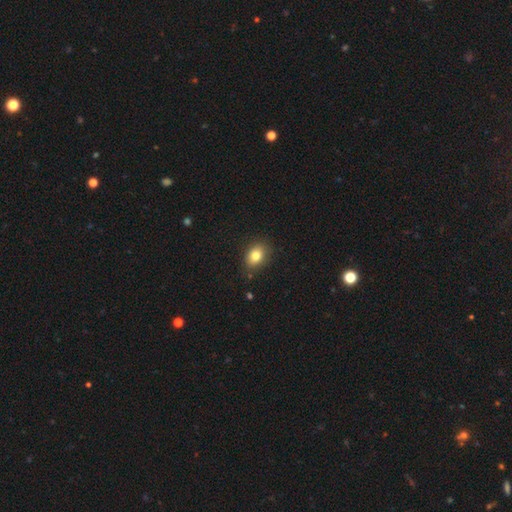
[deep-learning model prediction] A smooth galaxy with no disk features (82%) that is in between round and cigar-shaped (71%).

Vote fractions:
- Smooth or featured? smooth: 82% / star or artifact: 10% / featured or disk: 8%
- How rounded? in between: 71% / round: 28% / cigar-shaped: 1%
- Merging? none: 83% / minor disturbance: 13% / major disturbance: 3% / merger: 2%